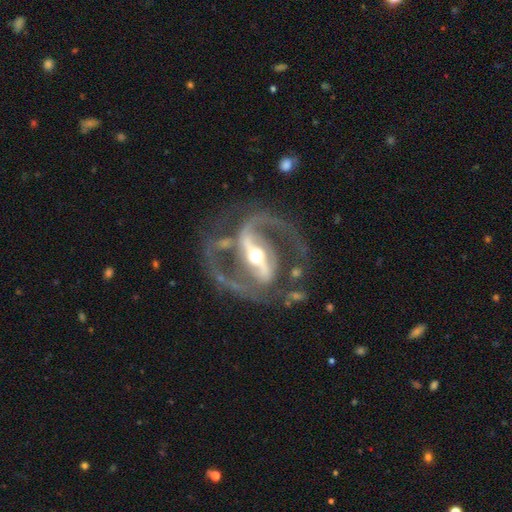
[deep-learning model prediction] A featured or disk galaxy (92%) with a strong bar (78%), 2 (91%) medium (61%) spiral arms (95%) and a moderate central bulge (69%).

Vote fractions:
- Smooth or featured? featured or disk: 92% / star or artifact: 4% / smooth: 3%
- Edge-on disk? no: 96% / yes: 4%
- Bar? strong: 78% / weak: 16% / no: 7%
- Spiral arms? yes: 95% / no: 5%
- Spiral winding? medium: 61% / loose: 22% / tight: 18%
- Spiral arm count? 2: 91% / 3: 2% / 1: 2% / can't tell: 2% / 4: 1% / more than 4: 1%
- Bulge size? moderate: 69% / small: 17% / large: 11% / dominant: 1% / none: 1%
- Merging? none: 68% / major disturbance: 14% / minor disturbance: 14% / merger: 4%